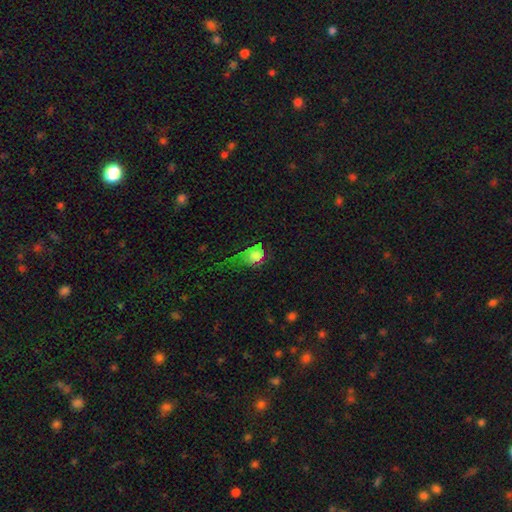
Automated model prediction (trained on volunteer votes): Smooth or featured: smooth — 68% (featured or disk — 17%)
How rounded: round — 54% (in between — 44%)
Merging: none — 36% (major disturbance — 34%)